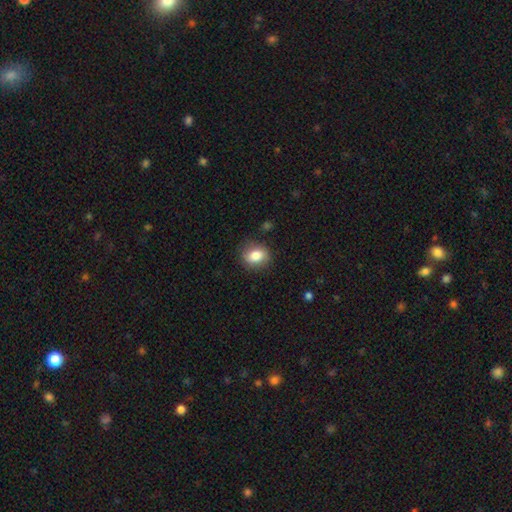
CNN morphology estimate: Smooth or featured?
  - smooth: 82% *
  - featured or disk: 9%
  - star or artifact: 8%
How rounded?
  - round: 50% *
  - in between: 49%
  - cigar-shaped: 1%
Merging?
  - none: 82% *
  - minor disturbance: 13%
  - major disturbance: 4%
  - merger: 2%